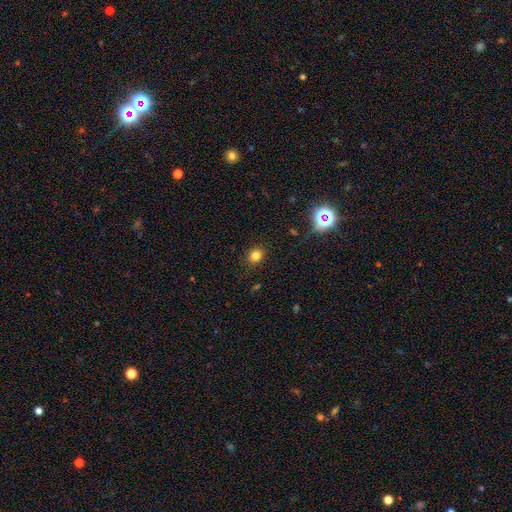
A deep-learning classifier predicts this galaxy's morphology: This appears to be a smooth galaxy with no disk features (80%) that is round (77%). Merging: none (88%).